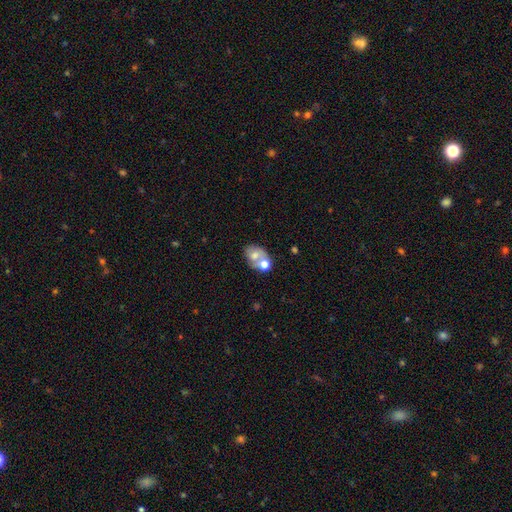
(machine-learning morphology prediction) smooth_or_featured: smooth (p=0.56) [alt: featured or disk p=0.34]
how_rounded: in between (p=0.65) [alt: round p=0.33]
merging: merger (p=0.46) [alt: none p=0.33]